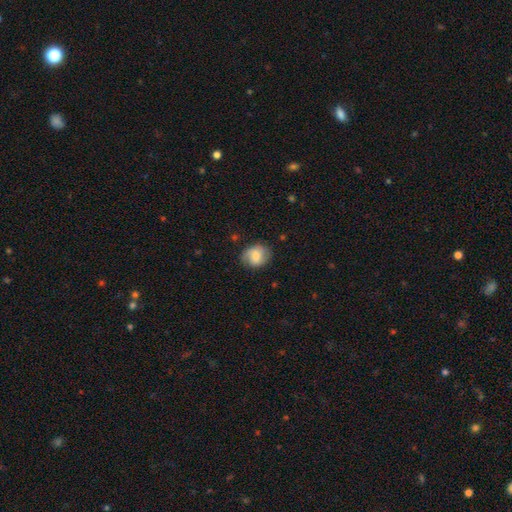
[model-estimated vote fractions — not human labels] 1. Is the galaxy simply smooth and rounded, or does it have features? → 60% smooth, 32% featured or disk, 8% star or artifact.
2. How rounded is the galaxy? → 54% round, 45% in between, 1% cigar-shaped.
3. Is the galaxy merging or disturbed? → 74% none, 19% minor disturbance, 5% major disturbance, 1% merger.